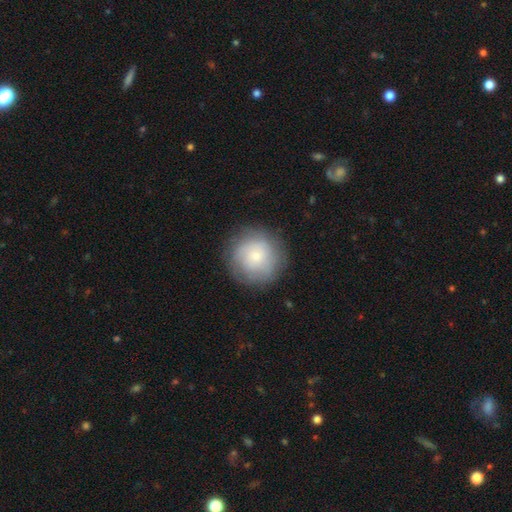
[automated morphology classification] Smooth or featured: smooth — 68% (featured or disk — 24%)
How rounded: round — 94% (in between — 5%)
Merging: none — 82% (minor disturbance — 12%)